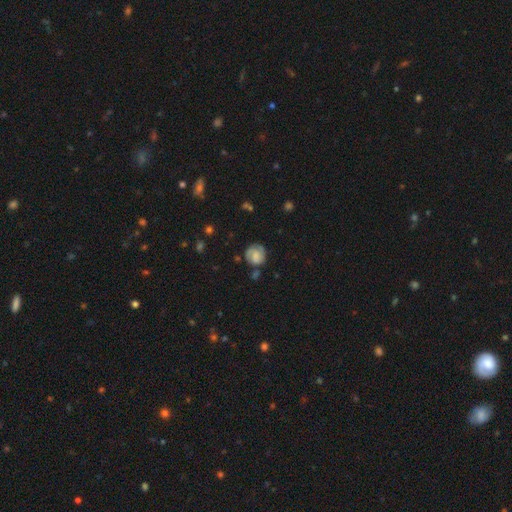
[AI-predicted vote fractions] smooth_or_featured: featured or disk (p=0.50) [alt: smooth p=0.42]
disk_edge_on: no (p=0.98) [alt: yes p=0.02]
merging: none (p=0.64) [alt: minor disturbance p=0.22]